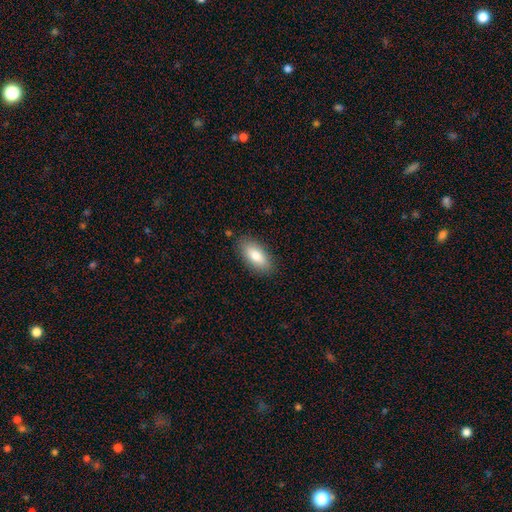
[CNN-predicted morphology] smooth_or_featured: smooth (p=0.81) [alt: featured or disk p=0.13]
how_rounded: in between (p=0.88) [alt: cigar-shaped p=0.10]
merging: none (p=0.86) [alt: minor disturbance p=0.11]